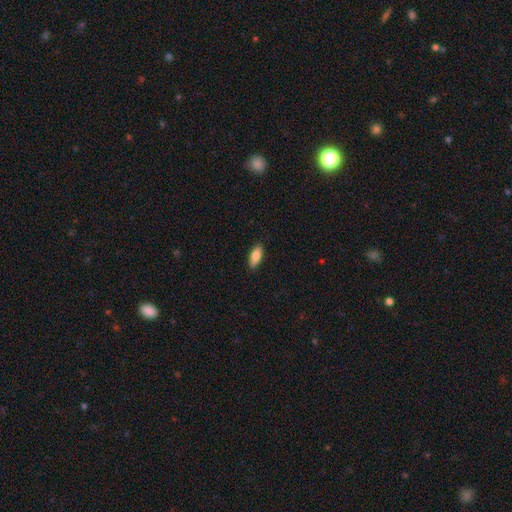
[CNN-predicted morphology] type=smooth (84%); roundness=in between (78%); merging=none (87%).